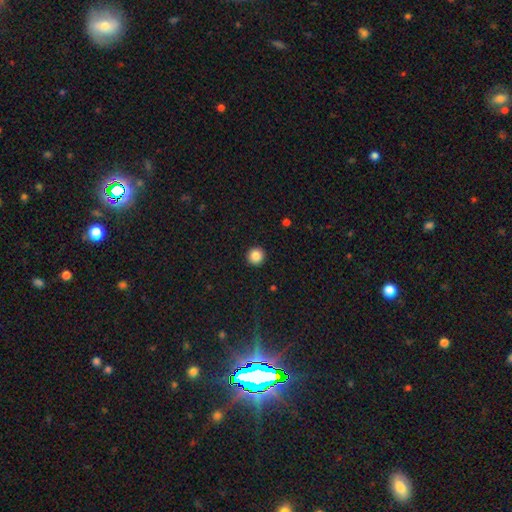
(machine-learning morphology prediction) Smooth or featured? smooth (86%)
How rounded? round (96%)
Merging? none (94%)